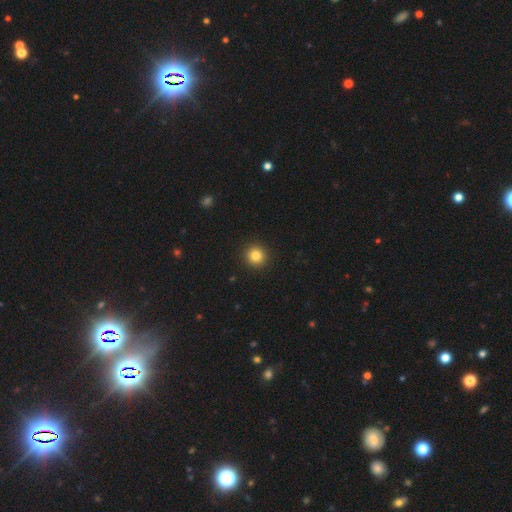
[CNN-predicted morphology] Smooth or featured: smooth — 84% (star or artifact — 11%)
How rounded: round — 94% (in between — 5%)
Merging: none — 93% (minor disturbance — 5%)